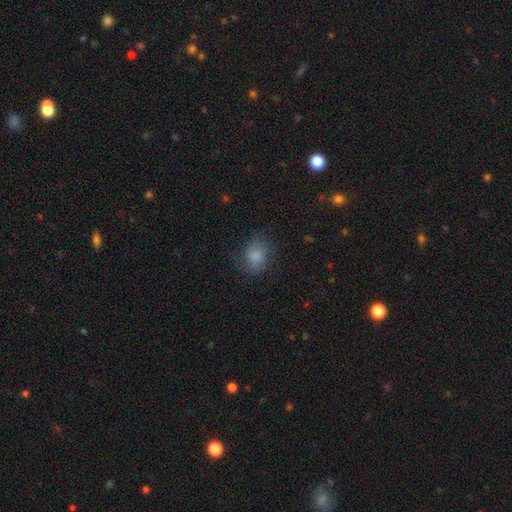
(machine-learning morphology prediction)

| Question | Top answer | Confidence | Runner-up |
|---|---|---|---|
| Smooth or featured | smooth | 81% | star or artifact (10%) |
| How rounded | in between | 58% | round (41%) |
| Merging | none | 70% | minor disturbance (20%) |